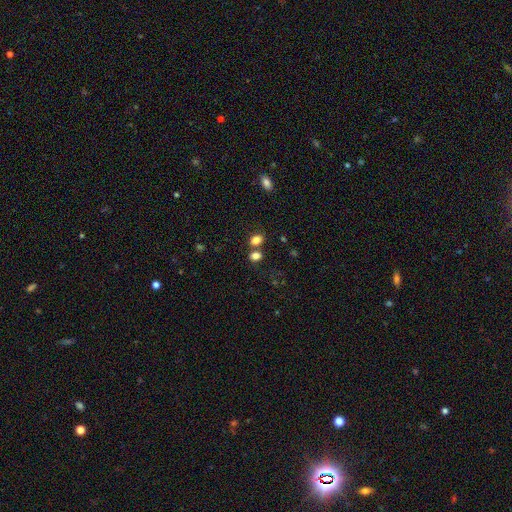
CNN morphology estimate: Overall: smooth (82%). How rounded: in between (68%; round 31%). Merging: none (57%; merger 28%).